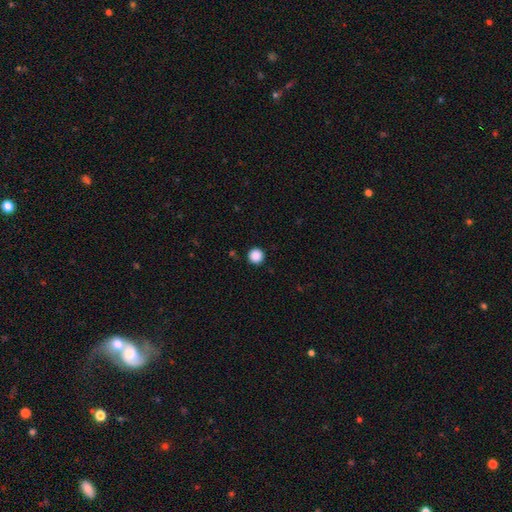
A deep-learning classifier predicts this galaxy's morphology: This appears to be a smooth galaxy with no disk features (88%) that is round (96%). Merging: none (93%).